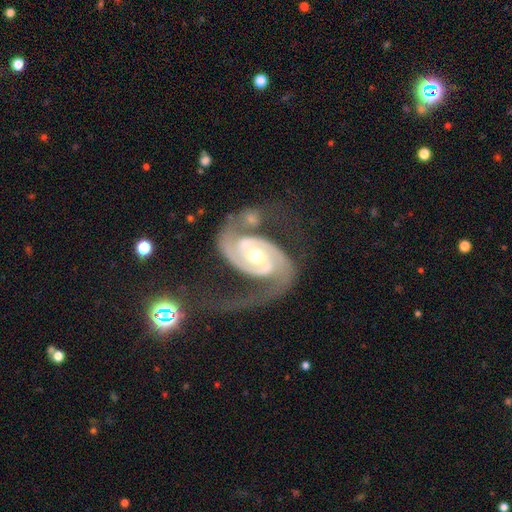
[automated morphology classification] smooth_or_featured: featured or disk (p=0.93) [alt: star or artifact p=0.04]
disk_edge_on: no (p=0.98) [alt: yes p=0.02]
bar: no (p=0.48) [alt: weak p=0.33]
has_spiral_arms: yes (p=0.98) [alt: no p=0.02]
spiral_winding: medium (p=0.48) [alt: tight p=0.39]
spiral_arm_count: 2 (p=0.92) [alt: 3 p=0.02]
bulge_size: moderate (p=0.65) [alt: small p=0.30]
merging: none (p=0.47) [alt: major disturbance p=0.23]